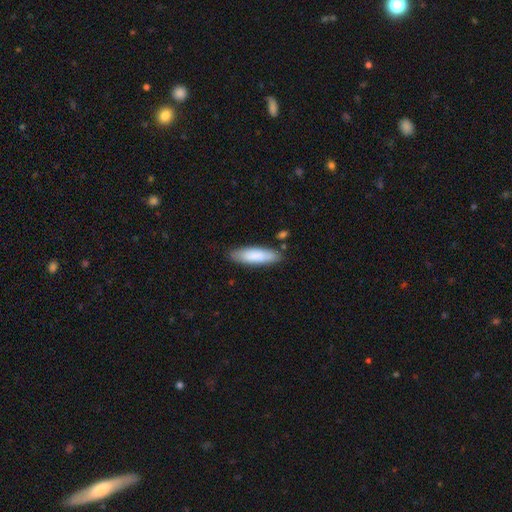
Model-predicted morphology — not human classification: This appears to be a smooth galaxy with no disk features (83%) that is cigar-shaped (51%). Merging: none (81%).